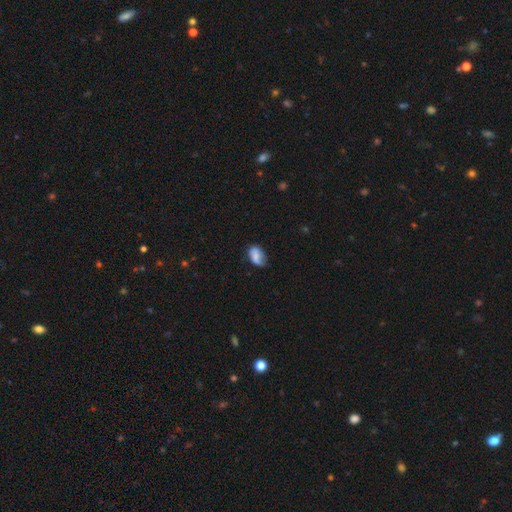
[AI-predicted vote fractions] A smooth galaxy with no disk features (72%) that is in between round and cigar-shaped (88%). Merging: none (54%).